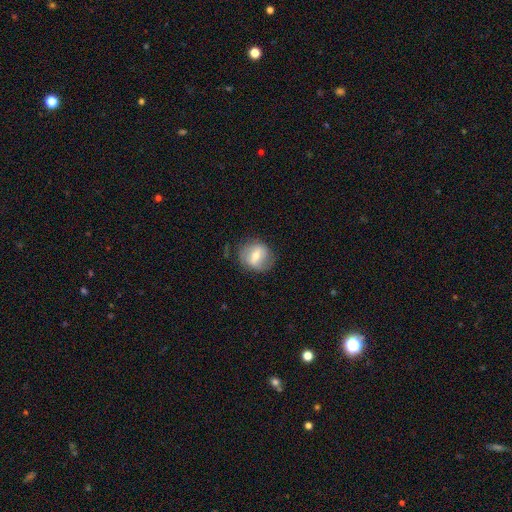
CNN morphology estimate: smooth-or-featured: featured or disk: 47% | smooth: 46% | star or artifact: 8%
  merging: none: 72% | minor disturbance: 19% | major disturbance: 8% | merger: 1%